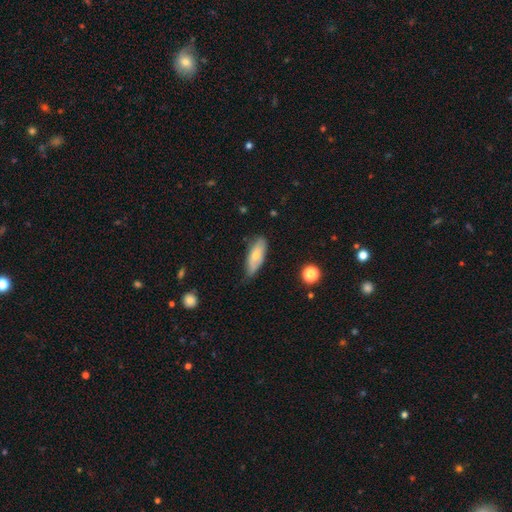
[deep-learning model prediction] smooth-or-featured: smooth: 63% | featured or disk: 30% | star or artifact: 6%
  how-rounded: in between: 74% | cigar-shaped: 24% | round: 3%
  merging: none: 65% | minor disturbance: 28% | major disturbance: 5% | merger: 2%